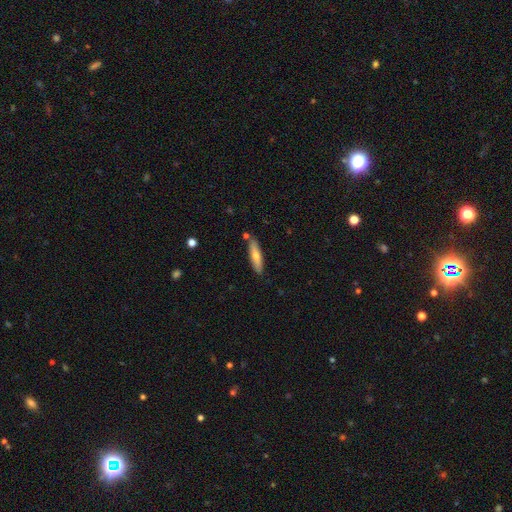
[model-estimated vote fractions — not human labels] smooth 63%, featured or disk 31%, star or artifact 6%. Down the decision tree: how rounded — cigar-shaped (72%); merging — none (83%).